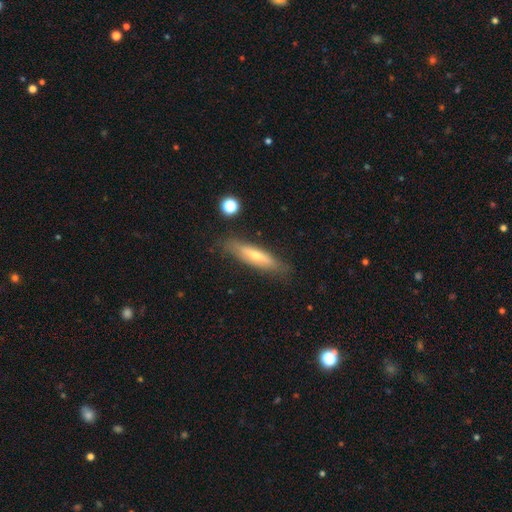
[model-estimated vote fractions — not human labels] This appears to be a smooth galaxy with no disk features (46%). Merging: none (84%).